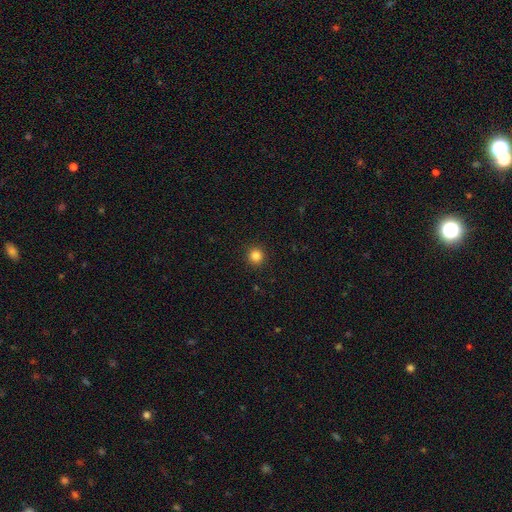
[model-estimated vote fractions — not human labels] Smooth or featured?
  - smooth: 84% *
  - star or artifact: 12%
  - featured or disk: 4%
How rounded?
  - round: 94% *
  - in between: 5%
  - cigar-shaped: 1%
Merging?
  - none: 93% *
  - minor disturbance: 5%
  - major disturbance: 2%
  - merger: 1%